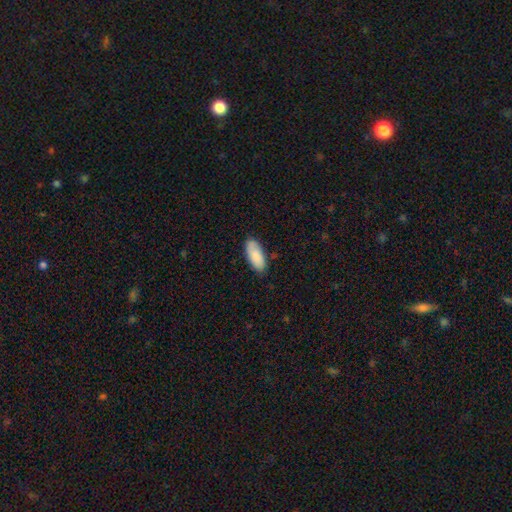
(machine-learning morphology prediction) The model was most divided on "merging": none: 81%, minor disturbance: 15%, major disturbance: 3%, merger: 1%. More confident: how rounded — in between (87%); smooth or featured — smooth (83%).